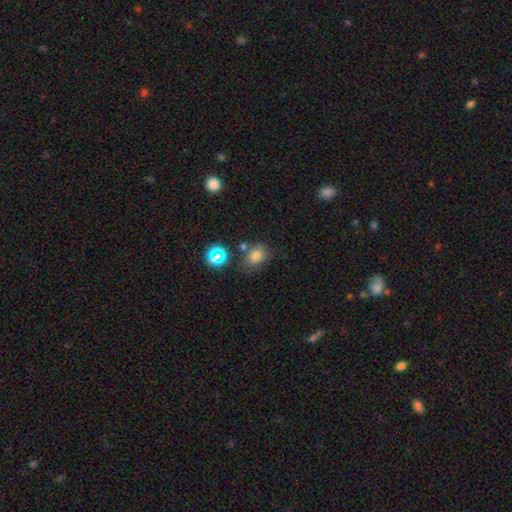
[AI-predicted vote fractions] Morphology: type=smooth (72%); roundness=in between (54%); merging=none (63%).